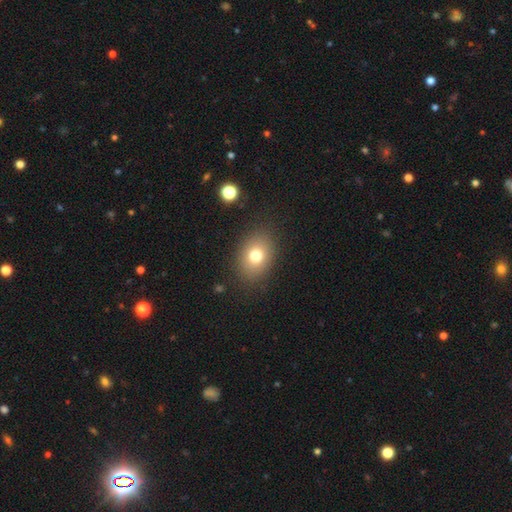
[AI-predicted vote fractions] Smooth or featured? Predicted: smooth (p=0.76). How rounded? Predicted: in between (p=0.65). Merging? Predicted: none (p=0.85).